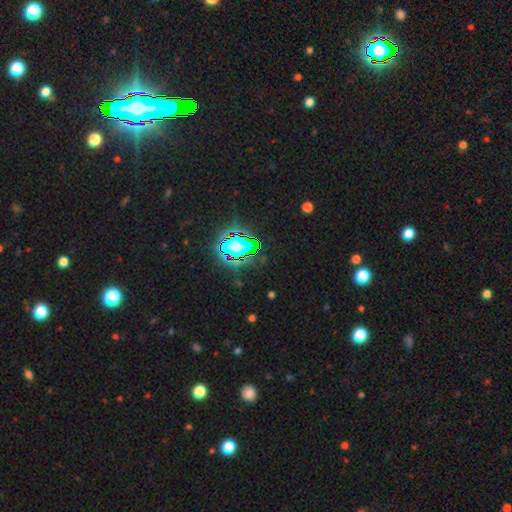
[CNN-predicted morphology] Smooth or featured? Predicted: star or artifact (p=0.81).